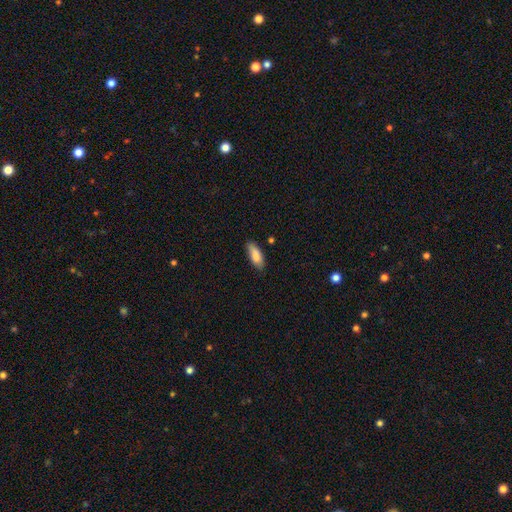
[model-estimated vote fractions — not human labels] smooth-or-featured: smooth: 85% | featured or disk: 8% | star or artifact: 7%
  how-rounded: in between: 73% | cigar-shaped: 25% | round: 2%
  merging: none: 77% | minor disturbance: 18% | major disturbance: 3% | merger: 2%